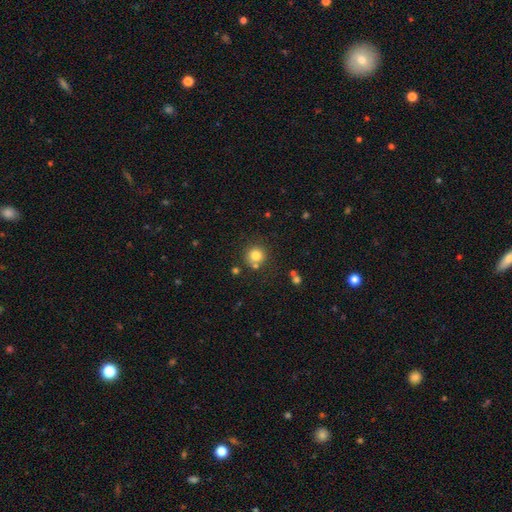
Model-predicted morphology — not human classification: A smooth galaxy with no disk features (79%) that is round (92%). Merging: none (74%).